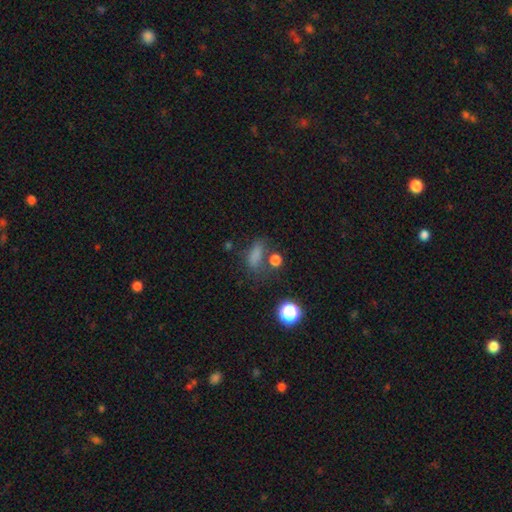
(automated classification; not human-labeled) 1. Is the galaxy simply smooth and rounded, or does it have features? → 72% smooth, 19% star or artifact, 9% featured or disk.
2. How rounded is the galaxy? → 67% in between, 18% round, 15% cigar-shaped.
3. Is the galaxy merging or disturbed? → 51% none, 21% minor disturbance, 15% major disturbance, 14% merger.